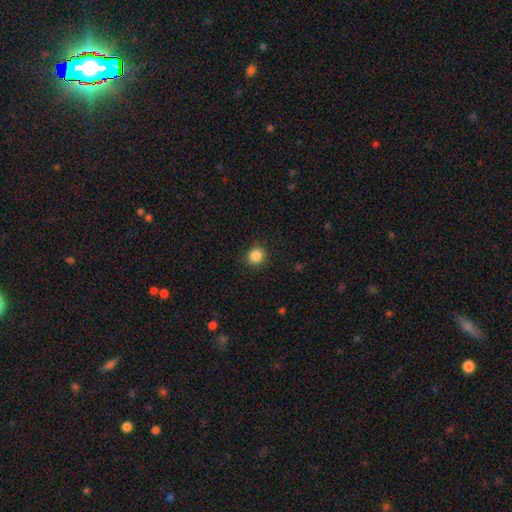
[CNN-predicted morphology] smooth 87%, star or artifact 10%, featured or disk 3%. Down the decision tree: how rounded — round (90%); merging — none (90%).